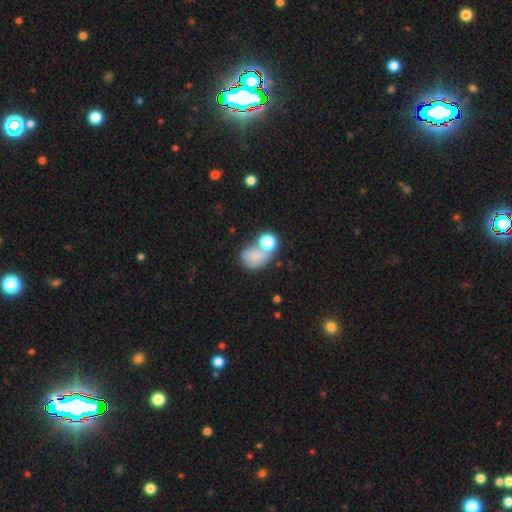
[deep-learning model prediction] Smooth or featured: smooth — 72% (star or artifact — 14%)
How rounded: in between — 57% (round — 42%)
Merging: merger — 35% (none — 33%)